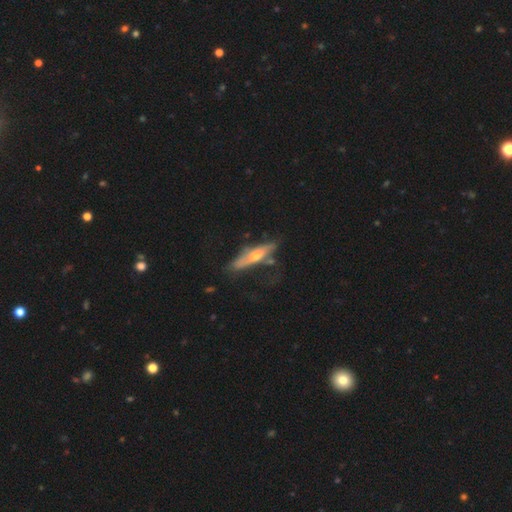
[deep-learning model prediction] smooth-or-featured: featured or disk: 64% | smooth: 30% | star or artifact: 7%
  disk-edge-on: yes: 78% | no: 22%
  merging: none: 59% | minor disturbance: 25% | major disturbance: 11% | merger: 5%